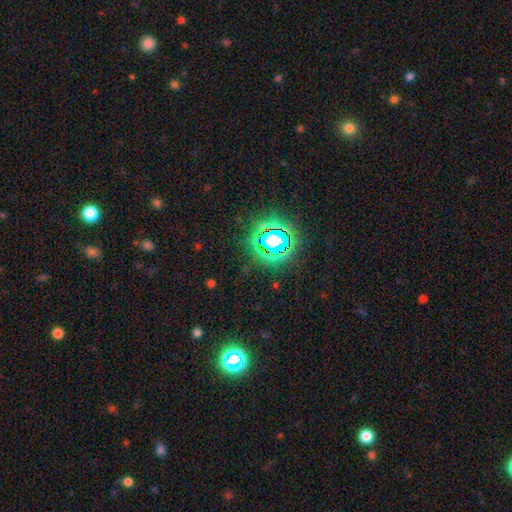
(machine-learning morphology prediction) Smooth or featured? star or artifact (80%)